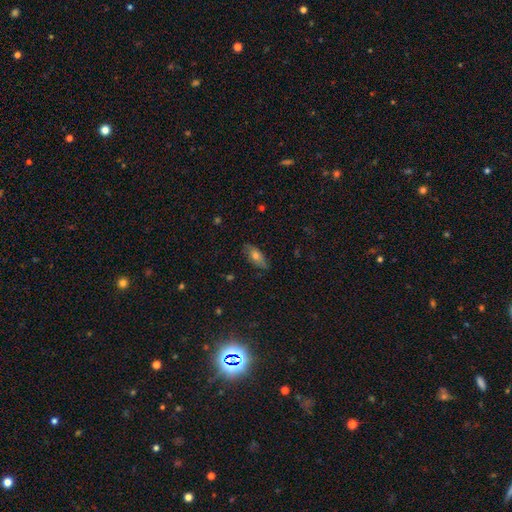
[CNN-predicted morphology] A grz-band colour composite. It shows a smooth galaxy with no disk features (55%) that is in between round and cigar-shaped (81%). Merging: none (78%).